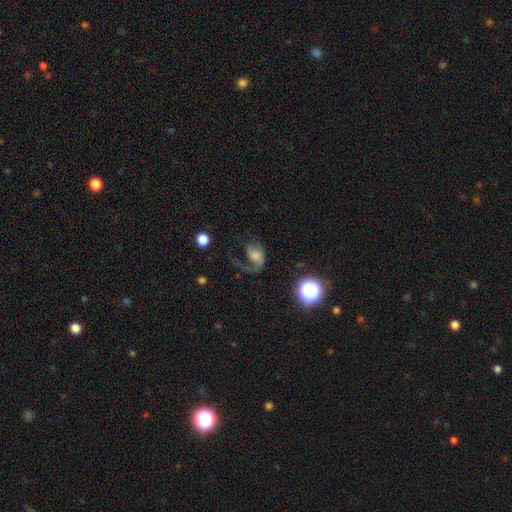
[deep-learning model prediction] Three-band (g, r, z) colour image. It shows a featured or disk galaxy (57%) with no bar (68%), spiral arms (84%) and a moderate central bulge (37%). Merging: major disturbance (51%).